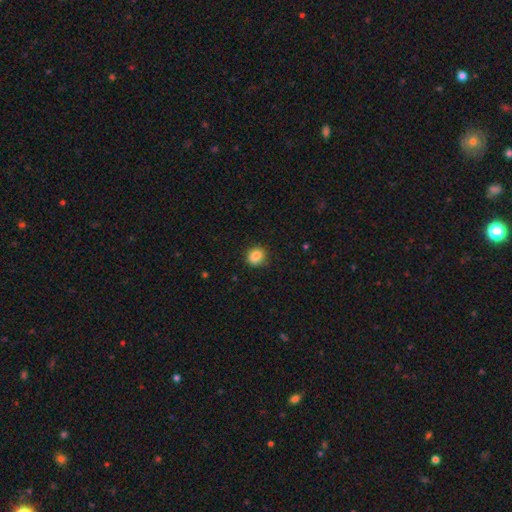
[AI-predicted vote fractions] Q: Smooth or featured?
A: smooth (86%); runner-up: star or artifact (9%)
Q: How rounded?
A: round (76%); runner-up: in between (23%)
Q: Merging?
A: none (85%); runner-up: minor disturbance (11%)